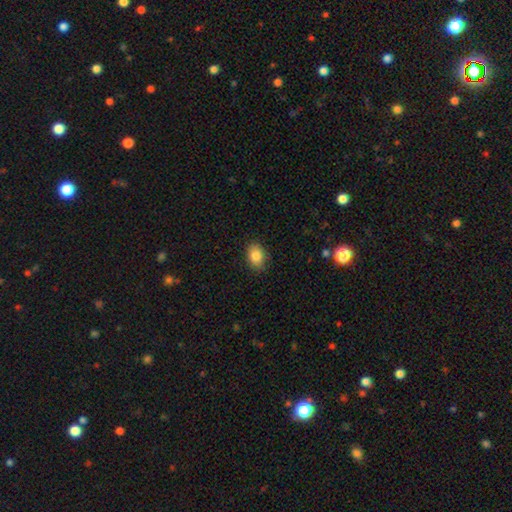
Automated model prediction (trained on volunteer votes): This is clearly a smooth galaxy (86%). How rounded: likely in between (78%). Merging: clearly none (86%).